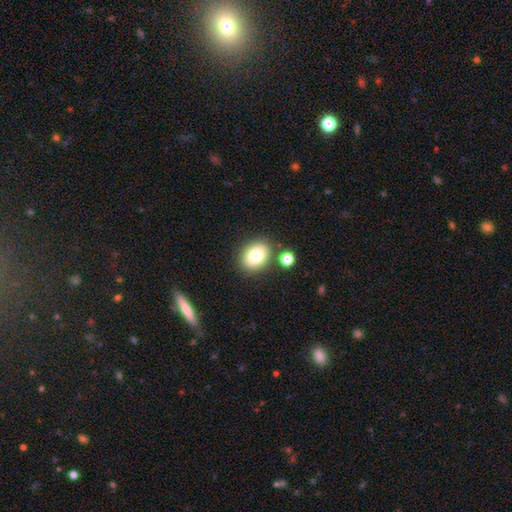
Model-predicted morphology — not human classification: smooth-or-featured: smooth: 80% | featured or disk: 11% | star or artifact: 9%
  how-rounded: in between: 55% | round: 44% | cigar-shaped: 1%
  merging: none: 79% | minor disturbance: 10% | merger: 7% | major disturbance: 3%